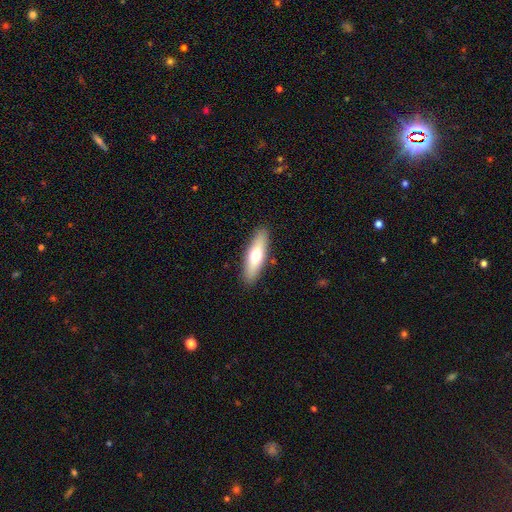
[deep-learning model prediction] Smooth or featured? Predicted: smooth (p=0.61). How rounded? Predicted: cigar-shaped (p=0.59). Merging? Predicted: none (p=0.89).